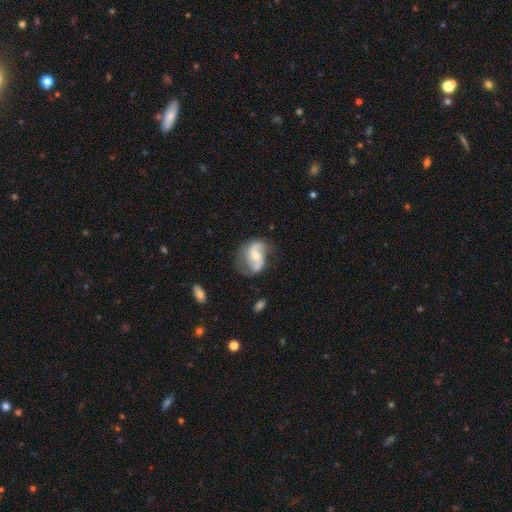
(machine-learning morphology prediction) This appears to be a featured or disk galaxy (80%) with no bar (55%), 2 (87%) loose (49%) spiral arms (93%) and a moderate central bulge (60%). Merging: none (63%).